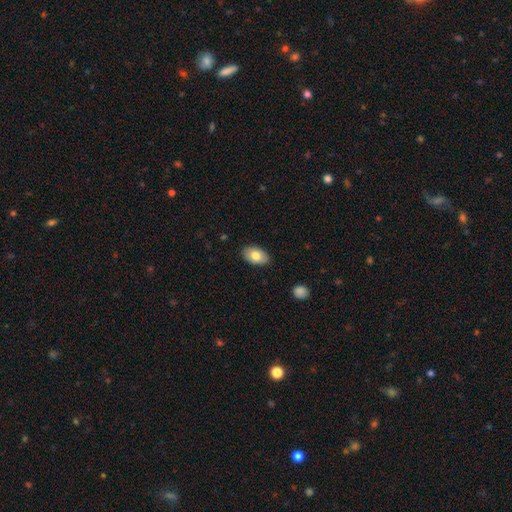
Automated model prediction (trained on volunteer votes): smooth_or_featured: smooth (p=0.77) [alt: featured or disk p=0.16]
how_rounded: in between (p=0.92) [alt: round p=0.07]
merging: none (p=0.86) [alt: minor disturbance p=0.11]